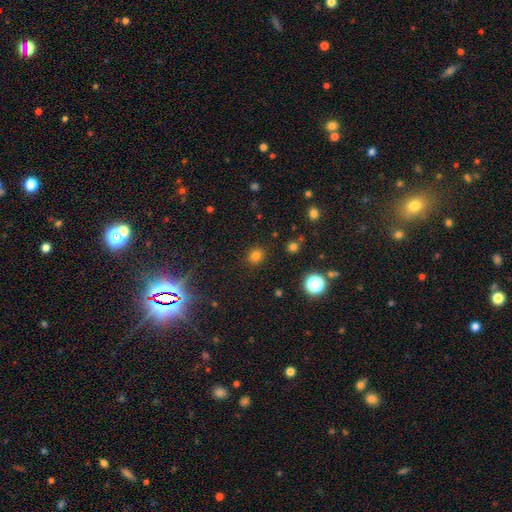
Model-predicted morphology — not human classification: Smooth or featured? Predicted: smooth (p=0.77). How rounded? Predicted: round (p=0.84). Merging? Predicted: none (p=0.88).